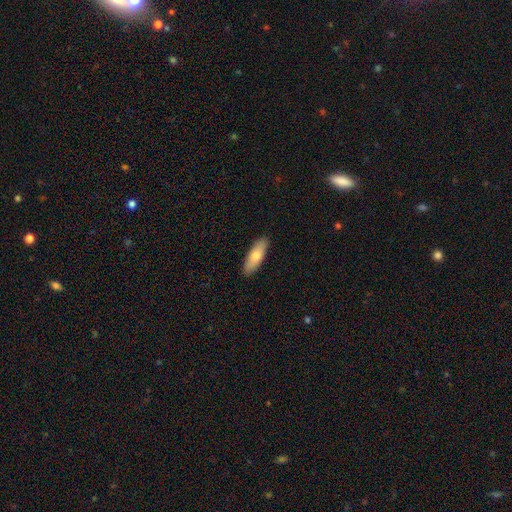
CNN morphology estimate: Smooth or featured? smooth (76%)
How rounded? in between (52%)
Merging? none (90%)